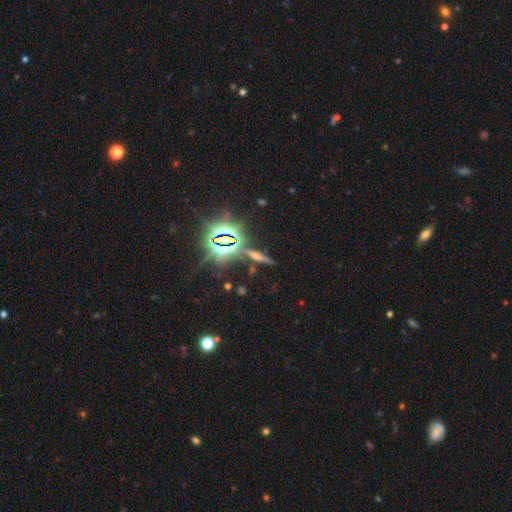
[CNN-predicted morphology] A featured or disk galaxy (39%).

Vote fractions:
- Smooth or featured? featured or disk: 39% / star or artifact: 36% / smooth: 25%
- Merging? none: 81% / minor disturbance: 10% / merger: 5% / major disturbance: 4%